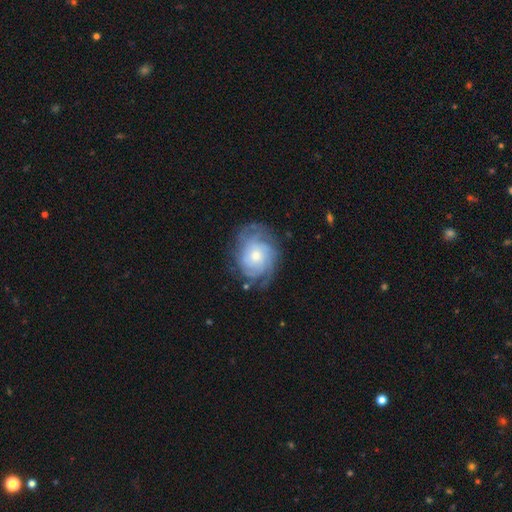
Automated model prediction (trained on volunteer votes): Q: Smooth or featured?
A: featured or disk (81%); runner-up: smooth (13%)
Q: Edge-on disk?
A: no (97%); runner-up: yes (3%)
Q: Bar?
A: no (78%); runner-up: weak (19%)
Q: Spiral arms?
A: yes (95%); runner-up: no (5%)
Q: Spiral winding?
A: tight (66%); runner-up: medium (27%)
Q: Spiral arm count?
A: can't tell (37%); runner-up: 4 (20%)
Q: Bulge size?
A: moderate (50%); runner-up: small (43%)
Q: Merging?
A: none (72%); runner-up: minor disturbance (18%)